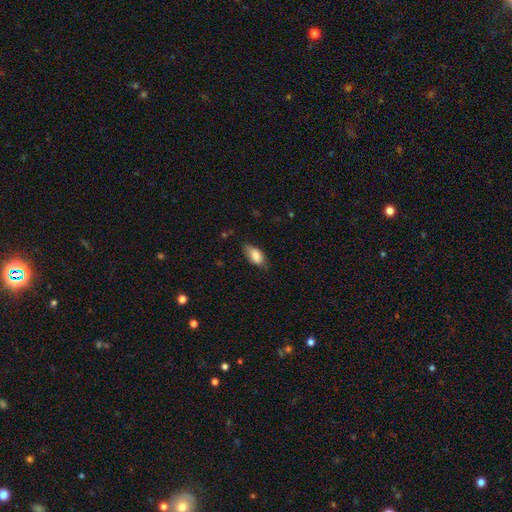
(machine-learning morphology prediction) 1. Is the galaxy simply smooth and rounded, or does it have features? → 82% smooth, 12% featured or disk, 7% star or artifact.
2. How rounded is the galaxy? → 91% in between, 6% cigar-shaped, 4% round.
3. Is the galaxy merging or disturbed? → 66% none, 27% minor disturbance, 5% major disturbance, 1% merger.